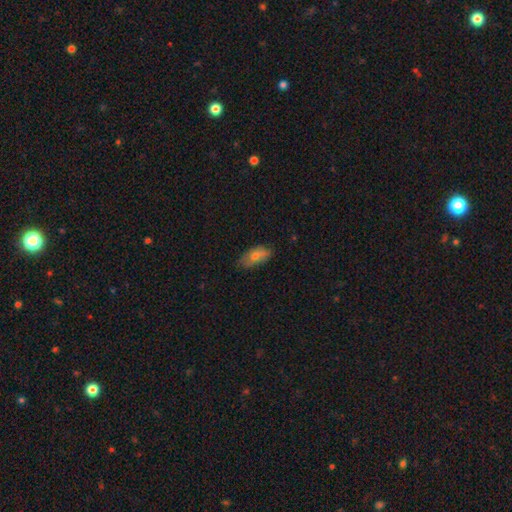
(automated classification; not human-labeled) smooth 71%, featured or disk 21%, star or artifact 8%. Down the decision tree: how rounded — in between (87%); merging — none (73%).